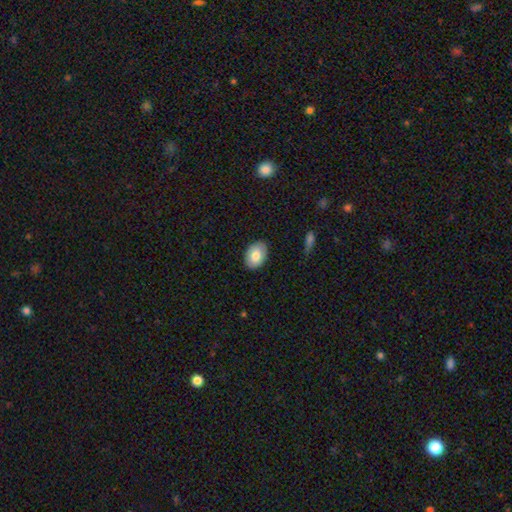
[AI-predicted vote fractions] Smooth or featured? smooth (79%)
How rounded? in between (86%)
Merging? none (86%)